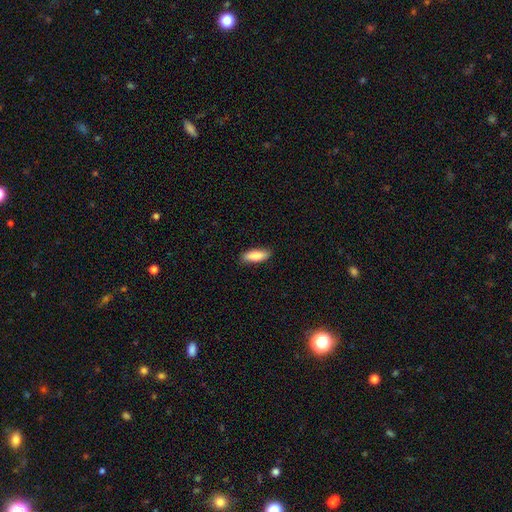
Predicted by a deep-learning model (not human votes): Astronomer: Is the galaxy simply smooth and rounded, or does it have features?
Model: smooth — 87%.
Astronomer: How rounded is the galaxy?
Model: in between — 58% (runner-up: cigar-shaped, 40%).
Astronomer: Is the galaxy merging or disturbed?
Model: none — 87%.